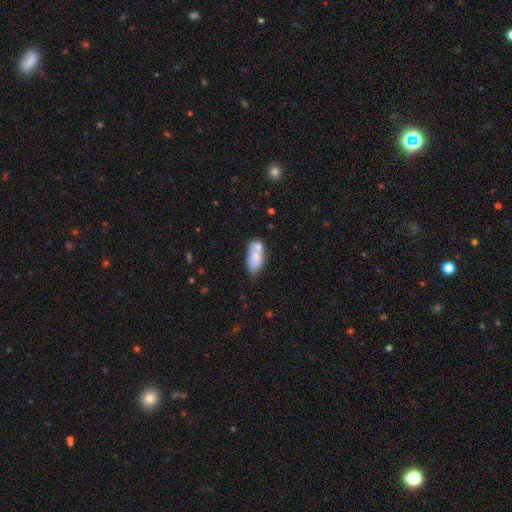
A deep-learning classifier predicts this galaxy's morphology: smooth_or_featured: smooth (p=0.68) [alt: featured or disk p=0.24]
how_rounded: in between (p=0.87) [alt: cigar-shaped p=0.07]
merging: merger (p=0.46) [alt: none p=0.32]